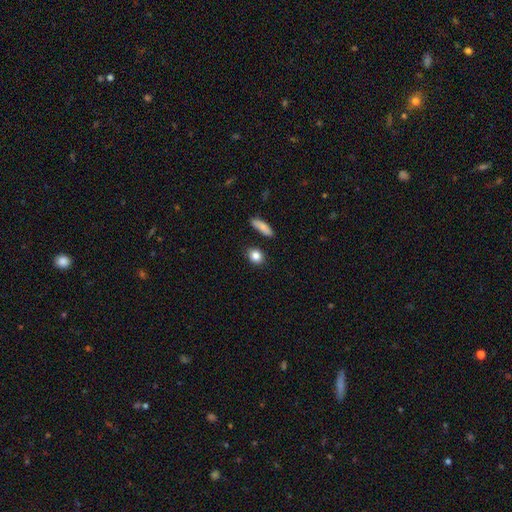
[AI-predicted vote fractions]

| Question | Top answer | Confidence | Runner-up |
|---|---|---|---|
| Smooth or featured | smooth | 85% | star or artifact (9%) |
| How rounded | round | 55% | in between (42%) |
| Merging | none | 83% | minor disturbance (11%) |